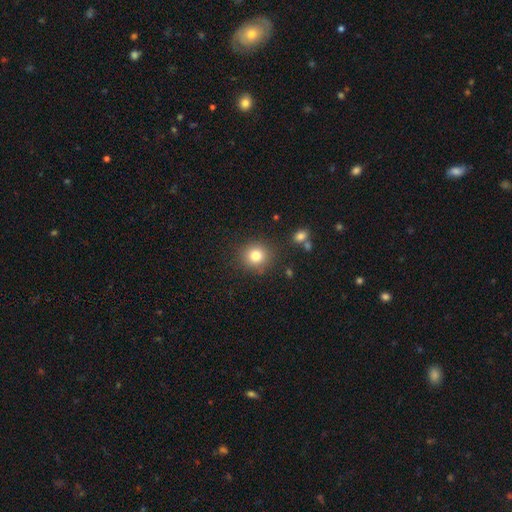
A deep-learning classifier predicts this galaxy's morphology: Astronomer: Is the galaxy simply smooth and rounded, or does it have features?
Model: smooth — 80%.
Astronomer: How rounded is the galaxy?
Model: round — 90%.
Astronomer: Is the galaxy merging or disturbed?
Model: none — 86%.